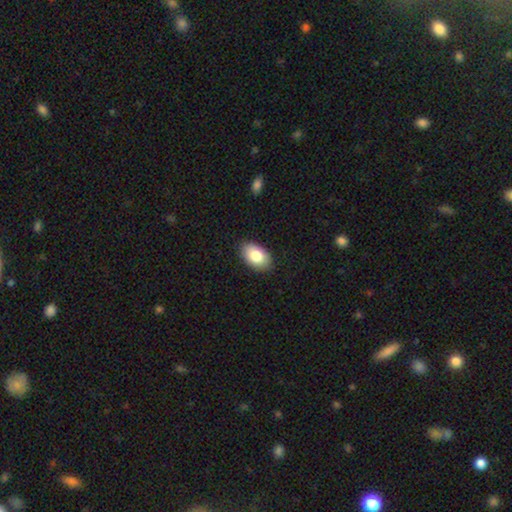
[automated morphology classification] The model was most divided on "smooth or featured": smooth: 84%, featured or disk: 10%, star or artifact: 6%. More confident: how rounded — in between (92%); merging — none (87%).